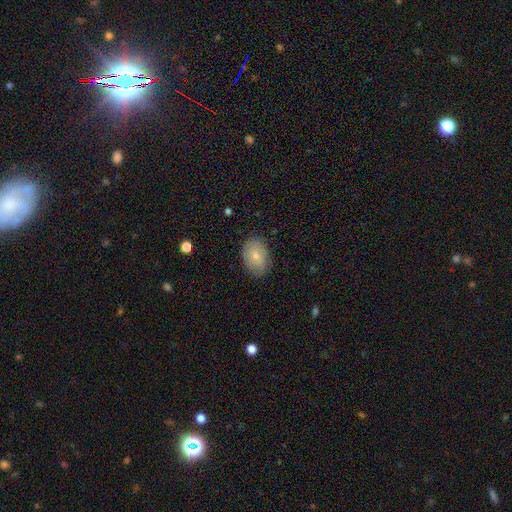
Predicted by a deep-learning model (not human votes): A smooth galaxy with no disk features (76%) that is in between round and cigar-shaped (78%).

Vote fractions:
- Smooth or featured? smooth: 76% / featured or disk: 17% / star or artifact: 7%
- How rounded? in between: 78% / round: 21% / cigar-shaped: 1%
- Merging? none: 78% / minor disturbance: 17% / major disturbance: 4% / merger: 1%